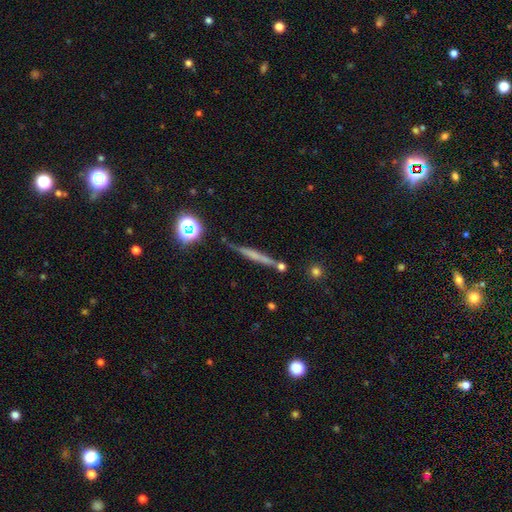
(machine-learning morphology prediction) Q: Smooth or featured?
A: featured or disk (47%); runner-up: smooth (40%)
Q: Merging?
A: none (77%); runner-up: minor disturbance (13%)